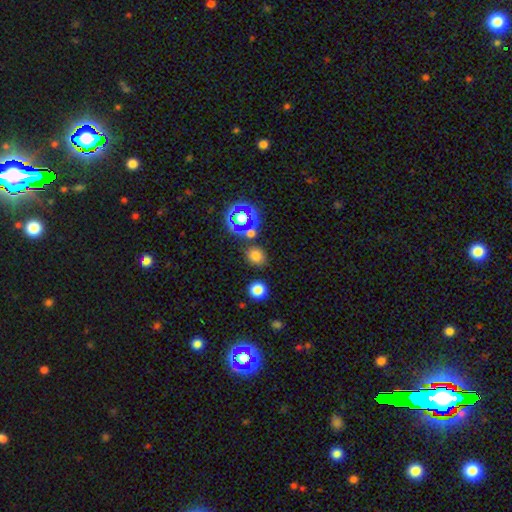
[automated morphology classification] A smooth galaxy with no disk features (72%) that is round (76%).

Vote fractions:
- Smooth or featured? smooth: 72% / star or artifact: 22% / featured or disk: 7%
- How rounded? round: 76% / in between: 23% / cigar-shaped: 1%
- Merging? none: 77% / merger: 10% / minor disturbance: 10% / major disturbance: 4%